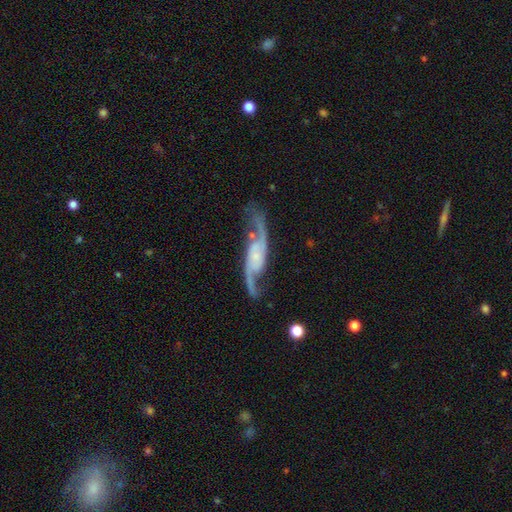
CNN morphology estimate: The model was most divided on "bar": no: 51%, weak: 34%, strong: 16%. More confident: spiral arms — yes (97%); spiral arm count — 2 (93%); edge-on disk — no (90%); smooth or featured — featured or disk (90%); merging — none (72%); spiral winding — loose (62%); bulge size — small (57%).